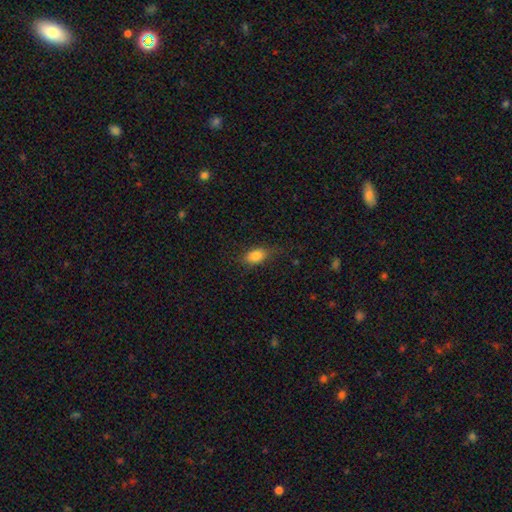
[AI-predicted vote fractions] Smooth or featured? smooth (83%)
How rounded? in between (84%)
Merging? none (74%)